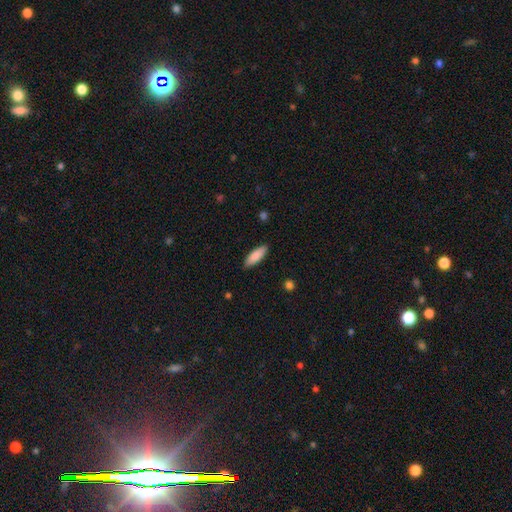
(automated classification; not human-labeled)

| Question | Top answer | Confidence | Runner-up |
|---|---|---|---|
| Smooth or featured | smooth | 87% | featured or disk (8%) |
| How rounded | in between | 55% | cigar-shaped (43%) |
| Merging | none | 88% | minor disturbance (9%) |